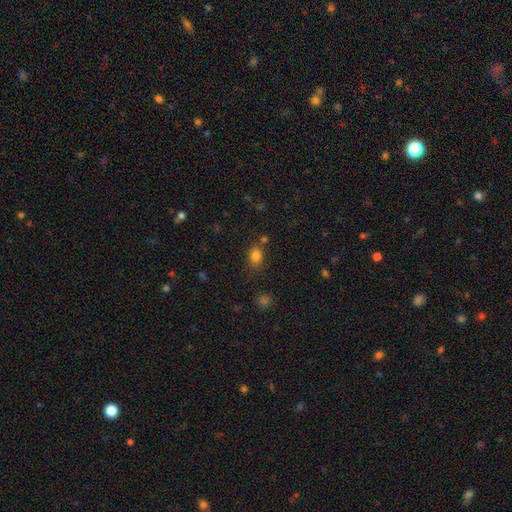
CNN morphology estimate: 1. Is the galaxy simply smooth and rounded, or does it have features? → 81% smooth, 13% star or artifact, 6% featured or disk.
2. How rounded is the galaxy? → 64% in between, 35% round, 1% cigar-shaped.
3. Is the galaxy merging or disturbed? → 72% none, 15% minor disturbance, 9% merger, 4% major disturbance.